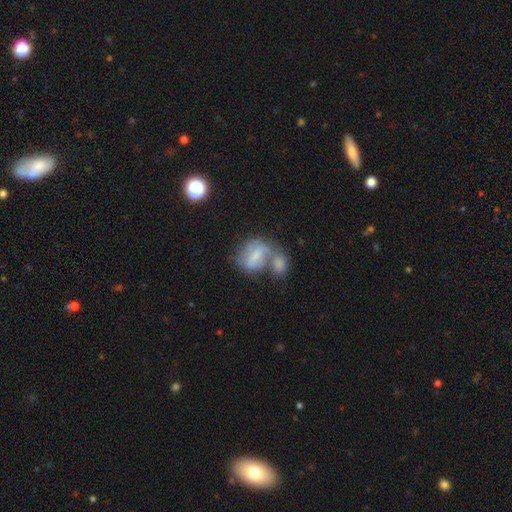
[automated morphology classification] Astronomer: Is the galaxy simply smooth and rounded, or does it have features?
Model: featured or disk — 46% (runner-up: smooth, 43%).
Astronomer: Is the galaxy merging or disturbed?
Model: merger — 55%.